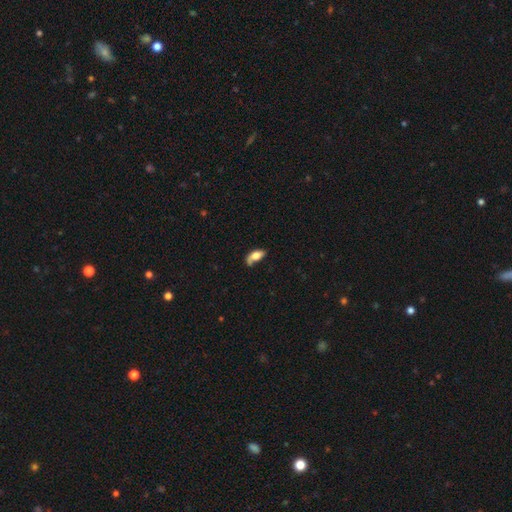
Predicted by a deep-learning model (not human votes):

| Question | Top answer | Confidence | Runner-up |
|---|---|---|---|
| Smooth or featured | smooth | 66% | featured or disk (27%) |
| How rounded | in between | 85% | cigar-shaped (11%) |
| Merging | none | 46% | minor disturbance (32%) |